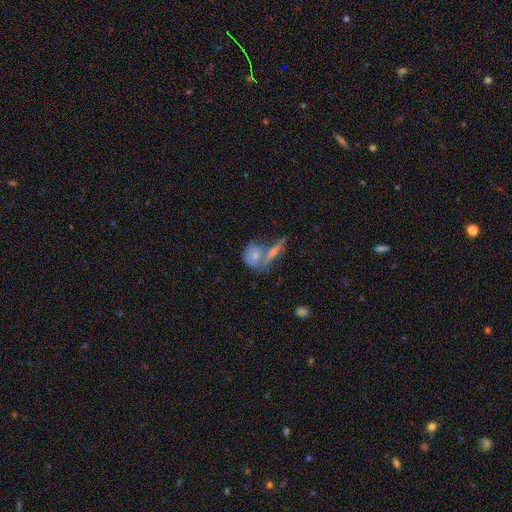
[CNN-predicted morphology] Smooth or featured: smooth — 58% (featured or disk — 33%)
How rounded: round — 57% (in between — 35%)
Merging: merger — 44% (none — 37%)